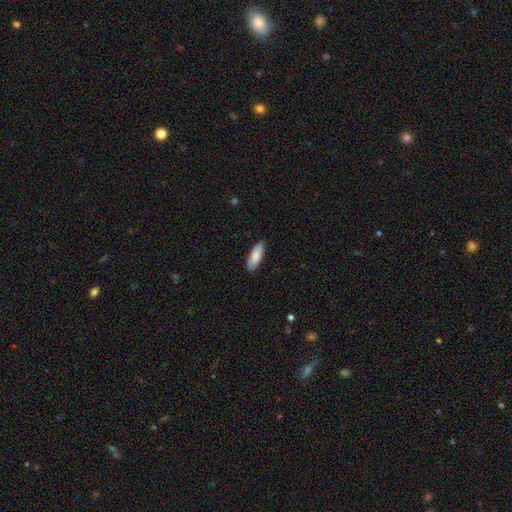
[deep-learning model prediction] The model was most divided on "how rounded": in between: 65%, cigar-shaped: 34%, round: 2%. More confident: merging — none (89%); smooth or featured — smooth (85%).